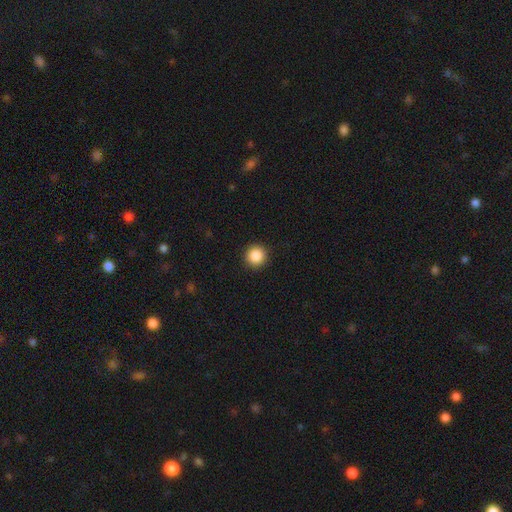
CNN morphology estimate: smooth-or-featured: smooth: 87% | star or artifact: 9% | featured or disk: 3%
  how-rounded: round: 96% | in between: 3% | cigar-shaped: 1%
  merging: none: 93% | minor disturbance: 5% | major disturbance: 2% | merger: 1%